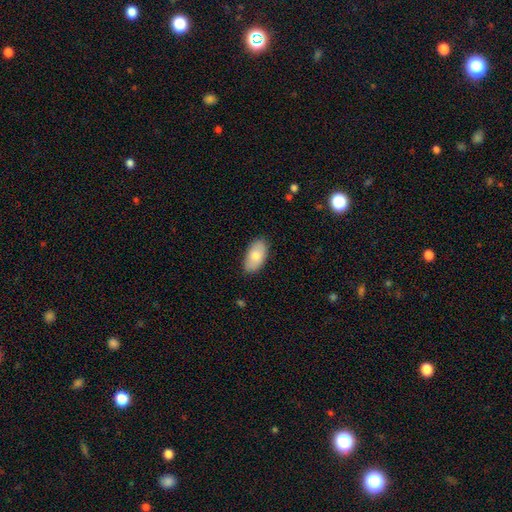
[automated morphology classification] Smooth or featured? Predicted: smooth (p=0.77). How rounded? Predicted: in between (p=0.95). Merging? Predicted: none (p=0.85).